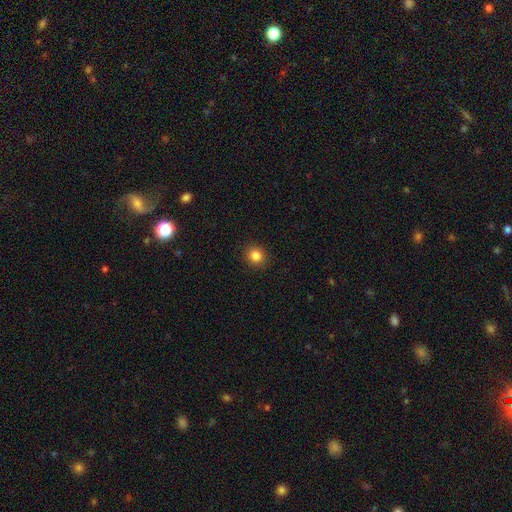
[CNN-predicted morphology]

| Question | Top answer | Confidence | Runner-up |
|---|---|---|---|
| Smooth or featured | smooth | 85% | star or artifact (11%) |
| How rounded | round | 89% | in between (10%) |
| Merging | none | 92% | minor disturbance (5%) |